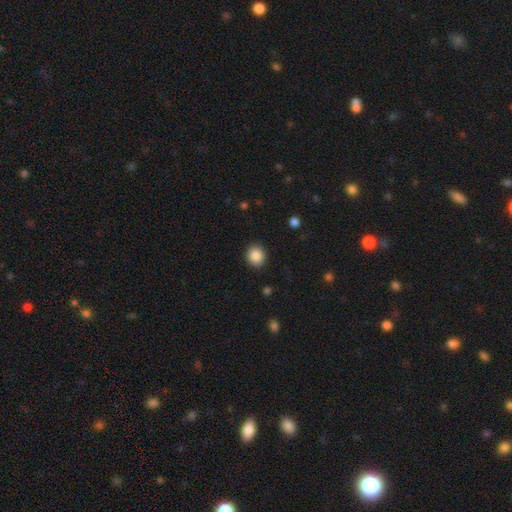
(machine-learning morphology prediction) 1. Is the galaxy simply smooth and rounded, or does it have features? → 87% smooth, 9% star or artifact, 4% featured or disk.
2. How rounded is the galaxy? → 80% round, 19% in between, 1% cigar-shaped.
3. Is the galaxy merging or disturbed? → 90% none, 7% minor disturbance, 2% major disturbance, 1% merger.